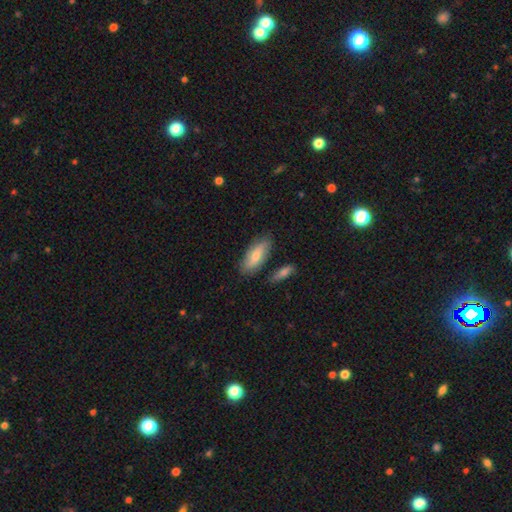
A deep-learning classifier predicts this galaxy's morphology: smooth_or_featured: smooth (p=0.67) [alt: featured or disk p=0.27]
how_rounded: in between (p=0.78) [alt: cigar-shaped p=0.19]
merging: none (p=0.74) [alt: minor disturbance p=0.16]